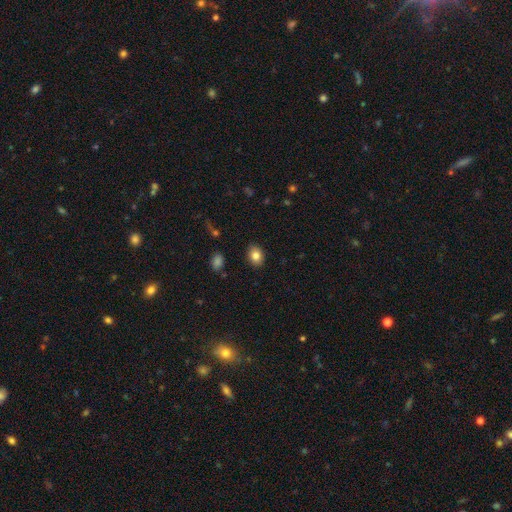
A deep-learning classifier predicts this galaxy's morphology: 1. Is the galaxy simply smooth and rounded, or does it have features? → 82% smooth, 9% star or artifact, 9% featured or disk.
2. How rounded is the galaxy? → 66% in between, 33% round, 1% cigar-shaped.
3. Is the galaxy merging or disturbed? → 88% none, 9% minor disturbance, 2% major disturbance, 1% merger.